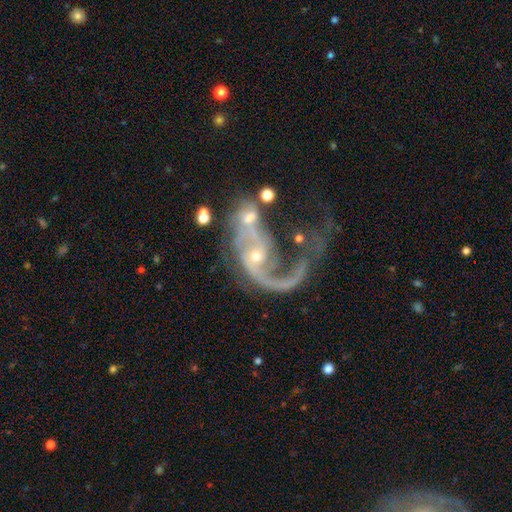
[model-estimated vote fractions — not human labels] smooth-or-featured: featured or disk: 86% | star or artifact: 7% | smooth: 7%
  disk-edge-on: no: 97% | yes: 3%
    bar: no: 62% | weak: 29% | strong: 9%
    has-spiral-arms: yes: 89% | no: 11%
      spiral-winding: loose: 65% | medium: 27% | tight: 8%
      spiral-arm-count: 1: 43% (tied) | 2: 43% (tied) | can't tell: 7% | 3: 3% | 4: 2% | more than 4: 2%
    bulge-size: small: 63% | moderate: 30% | none: 4% | large: 2% | dominant: 1%
  merging: major disturbance: 37% | merger: 33% | none: 20% | minor disturbance: 10%